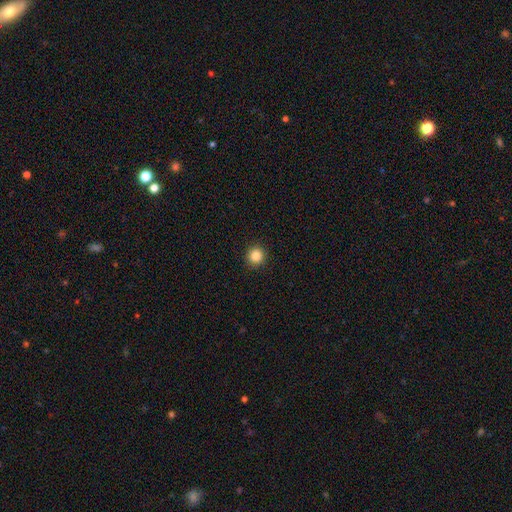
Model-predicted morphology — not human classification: Smooth or featured? smooth (85%)
How rounded? round (93%)
Merging? none (93%)